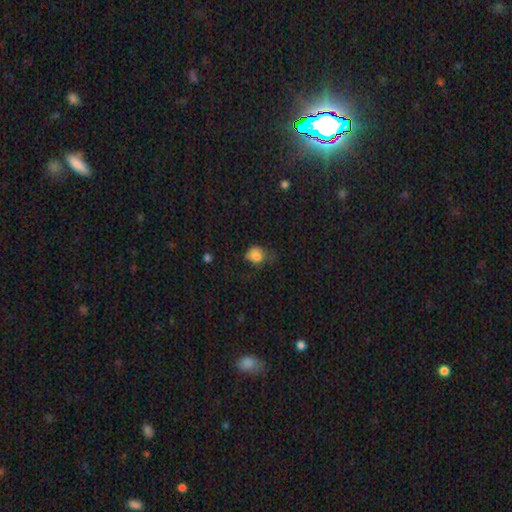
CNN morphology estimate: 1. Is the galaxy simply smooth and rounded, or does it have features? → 80% smooth, 12% star or artifact, 8% featured or disk.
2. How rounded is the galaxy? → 59% round, 40% in between, 1% cigar-shaped.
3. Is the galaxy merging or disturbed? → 44% none, 34% minor disturbance, 20% major disturbance, 2% merger.